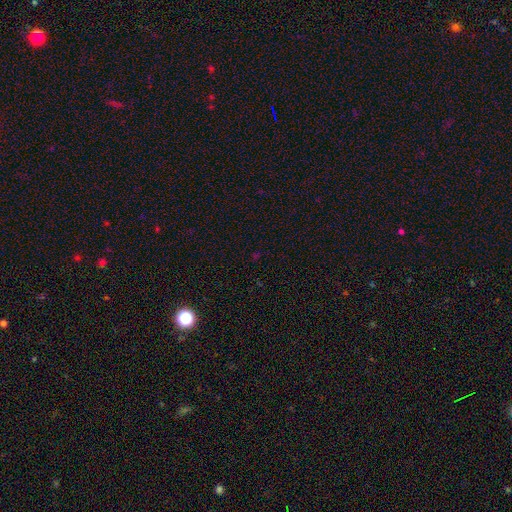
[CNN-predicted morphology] This appears to be a star or artifact, not a galaxy (65%).